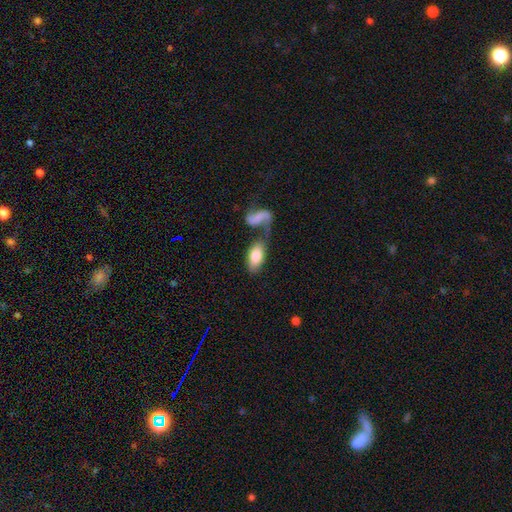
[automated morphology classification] smooth-or-featured: smooth: 76% | featured or disk: 18% | star or artifact: 6%
  how-rounded: in between: 92% | cigar-shaped: 5% | round: 3%
  merging: none: 40% | merger: 37% | minor disturbance: 13% | major disturbance: 10%